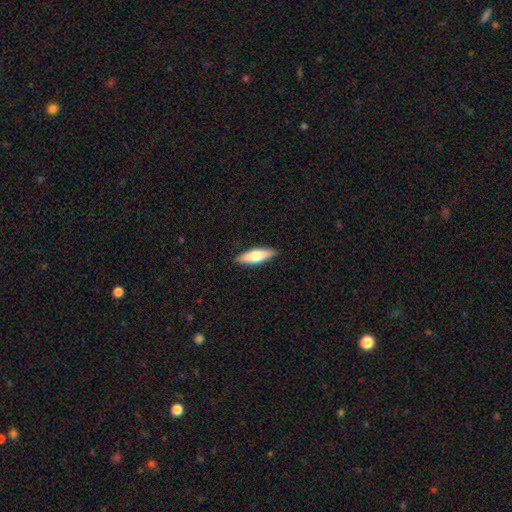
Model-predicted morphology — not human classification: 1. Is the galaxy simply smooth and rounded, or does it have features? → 67% smooth, 27% featured or disk, 5% star or artifact.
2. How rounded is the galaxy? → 52% cigar-shaped, 46% in between, 2% round.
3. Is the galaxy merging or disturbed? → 89% none, 8% minor disturbance, 2% major disturbance, 1% merger.